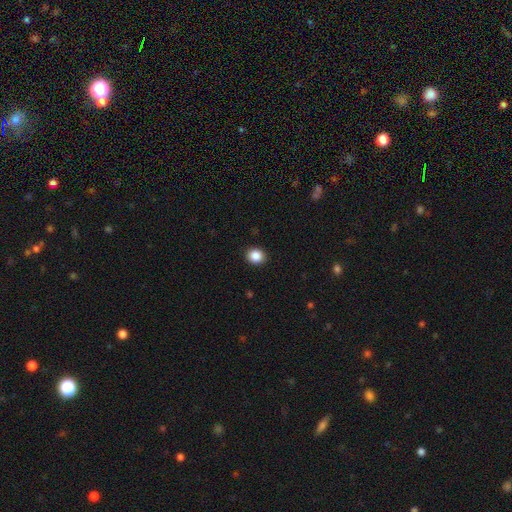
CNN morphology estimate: The model was most divided on "how rounded": round: 74%, in between: 25%, cigar-shaped: 1%. More confident: merging — none (92%); smooth or featured — smooth (87%).